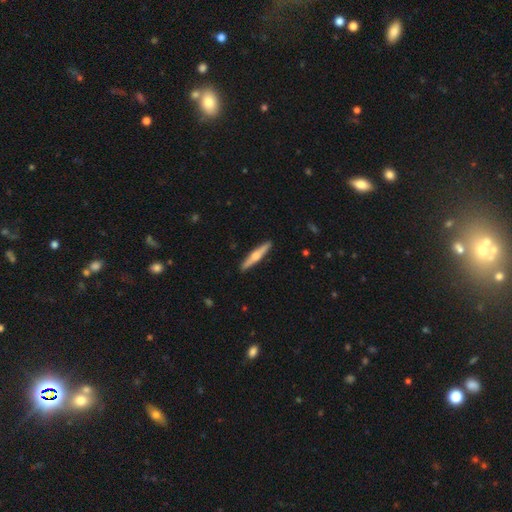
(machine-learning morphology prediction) type=featured or disk (62%); edge-on=yes (96%); edge-on bulge=rounded (90%); merging=none (91%).